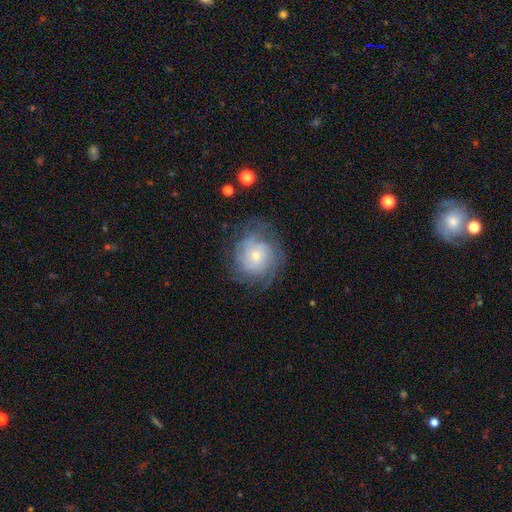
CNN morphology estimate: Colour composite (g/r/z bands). It shows a featured or disk galaxy (69%) with no bar (79%), tight (63%) spiral arms (87%) and a small central bulge (69%). Merging: none (68%).